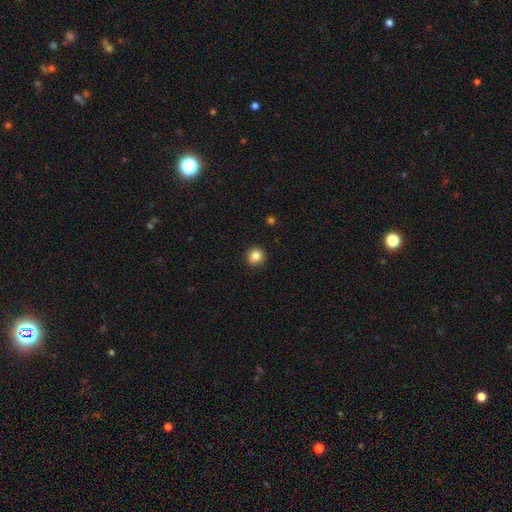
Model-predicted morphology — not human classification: Smooth or featured? smooth (84%)
How rounded? round (94%)
Merging? none (92%)